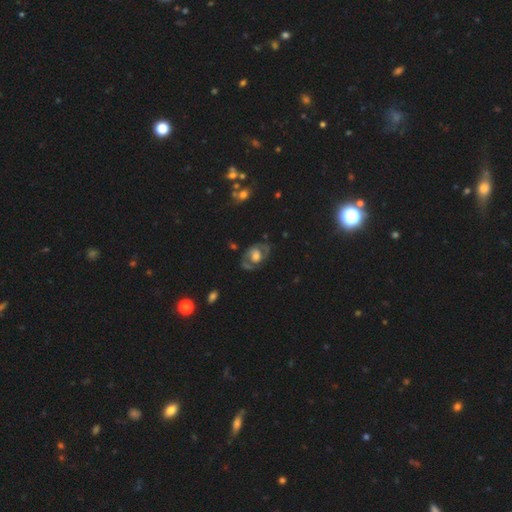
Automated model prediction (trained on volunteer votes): Overall: featured or disk (65%; smooth 28%). Edge-on disk: no (94%). Bar: no (67%). Spiral arms: yes (55%; no 45%). Bulge size: large (46%; moderate 36%). Merging: none (67%).